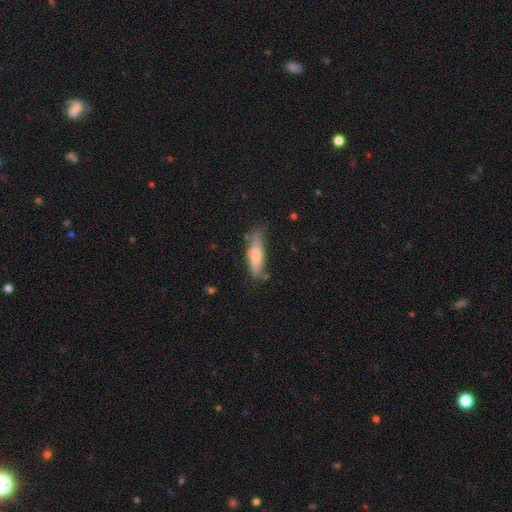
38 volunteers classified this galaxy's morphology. smooth 63%, featured or disk 32%, star or artifact 5%. Down the decision tree: how rounded — cigar-shaped (58%); merging — none (78%).